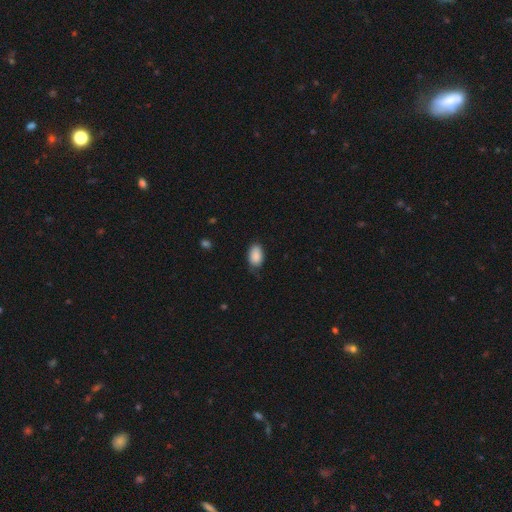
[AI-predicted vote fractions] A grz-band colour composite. It shows a smooth galaxy with no disk features (89%) that is in between round and cigar-shaped (92%). Merging: none (71%).